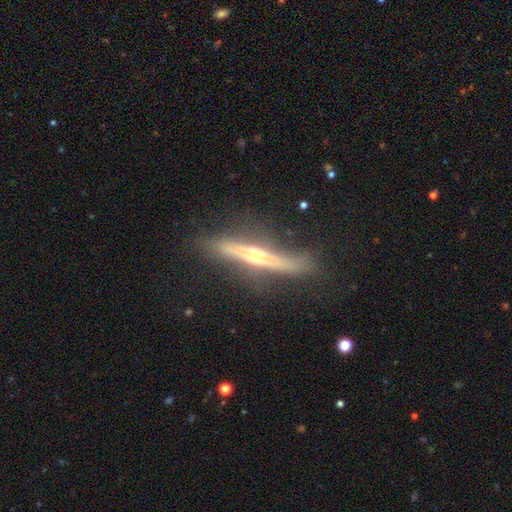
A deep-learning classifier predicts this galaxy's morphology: This appears to be a featured or disk galaxy (72%) viewed edge-on (93%) with a rounded central bulge (70%). Merging: none (73%).